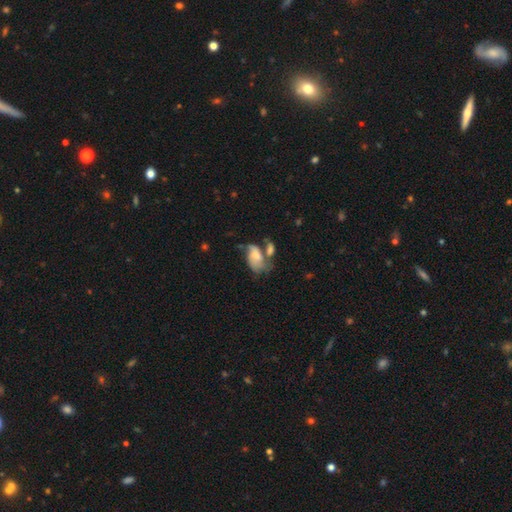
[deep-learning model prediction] smooth_or_featured: smooth (p=0.49) [alt: featured or disk p=0.43]
merging: merger (p=0.38) [alt: major disturbance p=0.24]